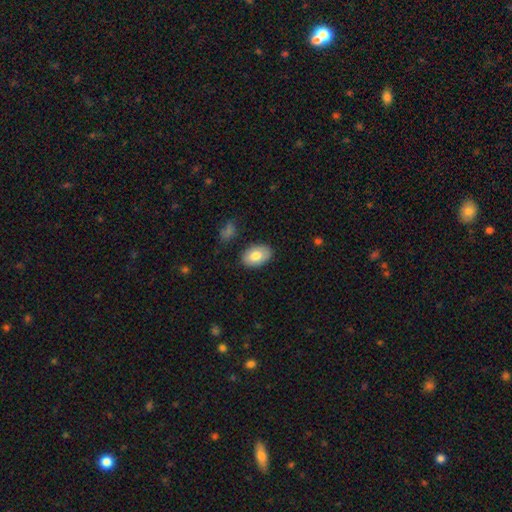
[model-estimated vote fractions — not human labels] The model was most divided on "smooth or featured": smooth: 80%, featured or disk: 14%, star or artifact: 7%. More confident: how rounded — in between (90%); merging — none (84%).